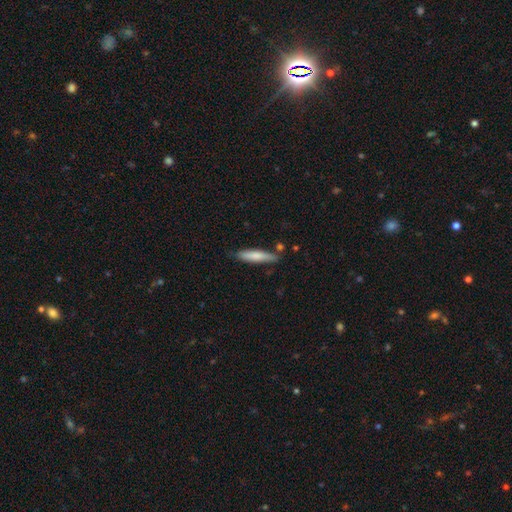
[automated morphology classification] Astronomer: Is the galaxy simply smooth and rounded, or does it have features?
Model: smooth — 73%.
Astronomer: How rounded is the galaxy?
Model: cigar-shaped — 85%.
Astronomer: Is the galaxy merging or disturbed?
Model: none — 78%.